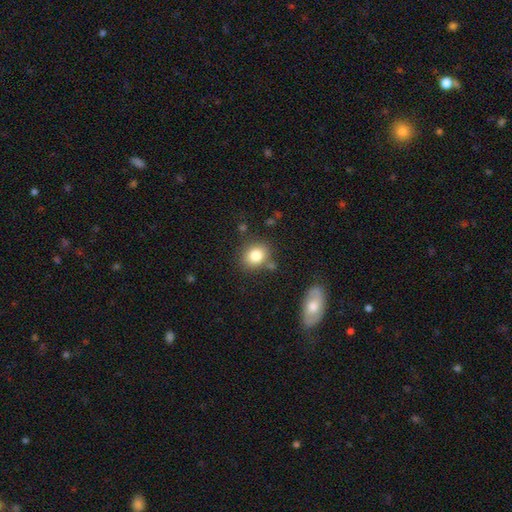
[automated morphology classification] Overall: smooth (82%). How rounded: round (57%; in between 42%). Merging: none (77%).